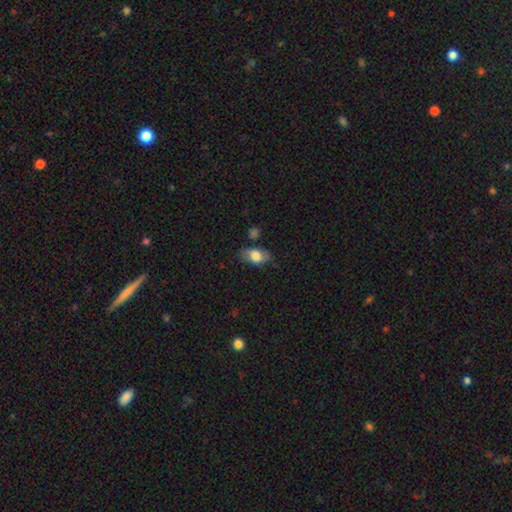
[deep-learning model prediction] smooth_or_featured: smooth (p=0.69) [alt: featured or disk p=0.24]
how_rounded: in between (p=0.87) [alt: round p=0.09]
merging: none (p=0.69) [alt: minor disturbance p=0.21]